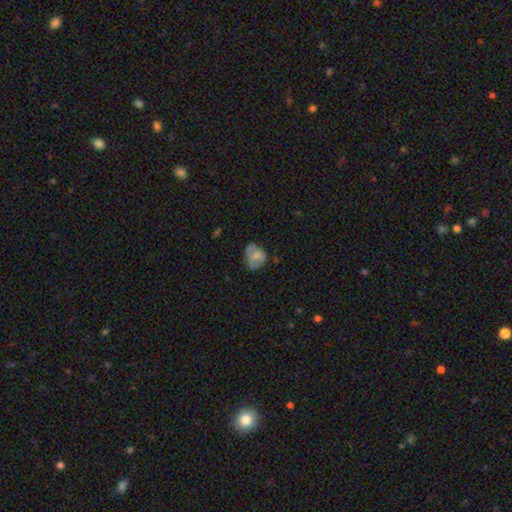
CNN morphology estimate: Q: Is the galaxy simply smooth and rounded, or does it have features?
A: smooth — 59%.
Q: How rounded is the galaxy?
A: in between — 52%.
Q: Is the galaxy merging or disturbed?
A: none — 48%.